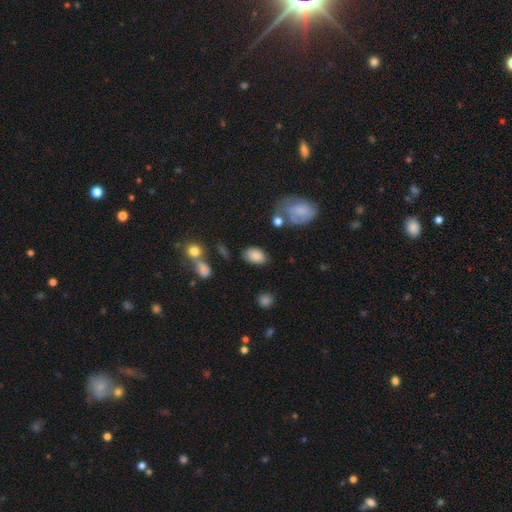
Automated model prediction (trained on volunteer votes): Smooth or featured: smooth — 81% (featured or disk — 11%)
How rounded: in between — 90% (round — 9%)
Merging: none — 73% (minor disturbance — 16%)